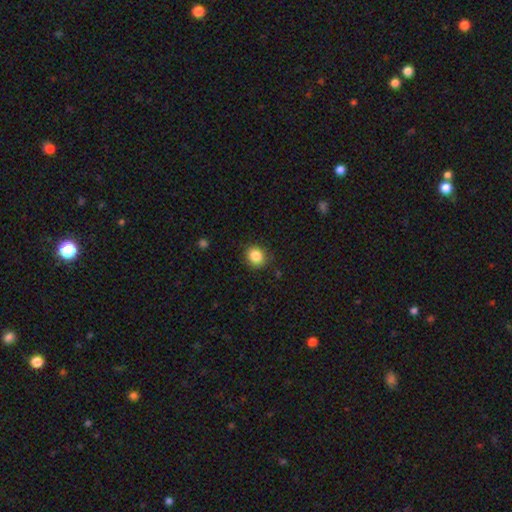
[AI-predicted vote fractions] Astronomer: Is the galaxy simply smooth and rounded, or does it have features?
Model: smooth — 85%.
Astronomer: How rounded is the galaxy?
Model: round — 74%.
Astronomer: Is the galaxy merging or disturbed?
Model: none — 85%.